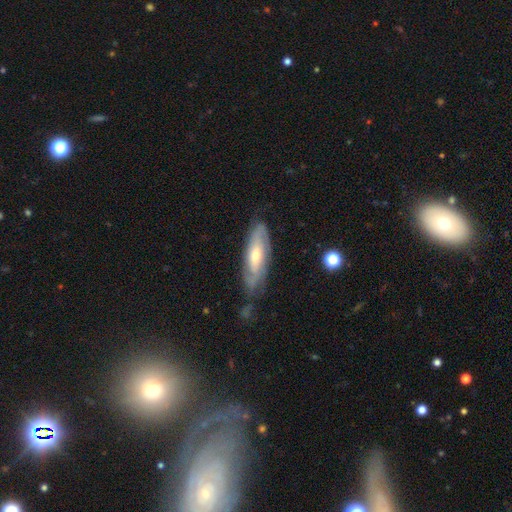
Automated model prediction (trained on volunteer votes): The model was most divided on "bulge size": moderate: 58%, small: 36%, large: 4%, none: 1%, dominant: 1%. More confident: spiral arms — yes (84%); edge-on disk — no (77%); merging — none (72%); smooth or featured — featured or disk (70%); bar — no (57%).